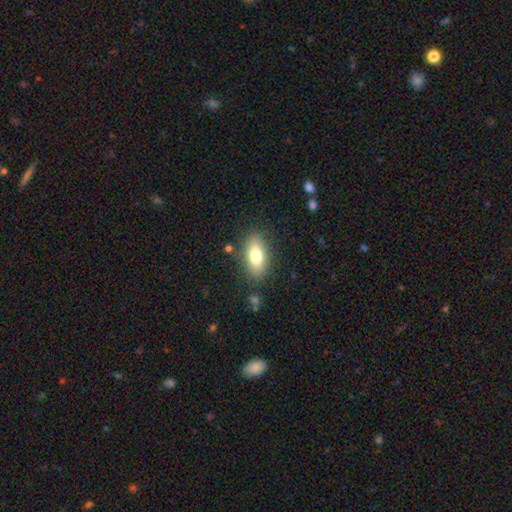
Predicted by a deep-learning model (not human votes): Morphology: type=smooth (77%); roundness=in between (87%); merging=none (82%).